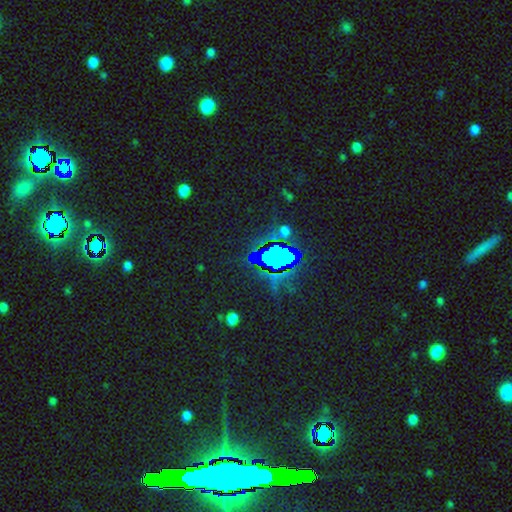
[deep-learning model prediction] smooth-or-featured: star or artifact: 70% | smooth: 20% | featured or disk: 11%